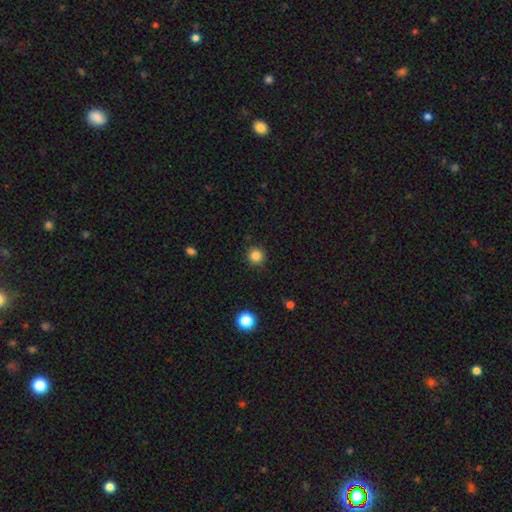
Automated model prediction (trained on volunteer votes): Smooth or featured: smooth — 84% (star or artifact — 12%)
How rounded: round — 95% (in between — 4%)
Merging: none — 90% (minor disturbance — 7%)